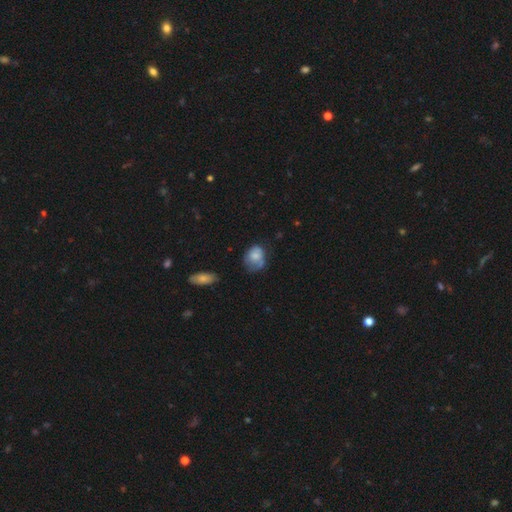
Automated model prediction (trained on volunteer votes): Q: Smooth or featured?
A: smooth (70%); runner-up: featured or disk (21%)
Q: How rounded?
A: in between (57%); runner-up: round (42%)
Q: Merging?
A: none (38%); runner-up: minor disturbance (35%)